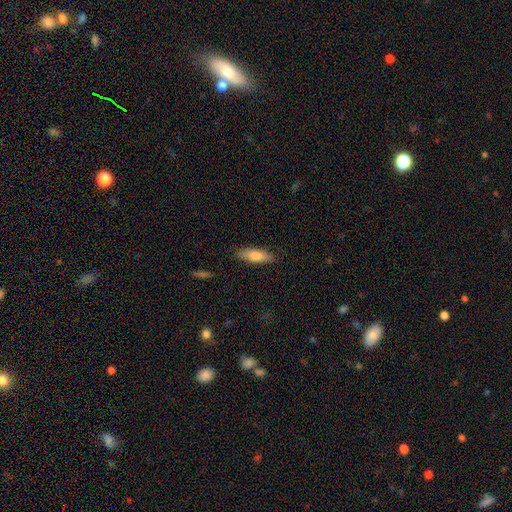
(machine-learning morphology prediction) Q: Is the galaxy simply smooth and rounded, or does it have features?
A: smooth — 77%.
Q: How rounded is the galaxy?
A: in between — 56%.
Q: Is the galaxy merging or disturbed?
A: none — 86%.